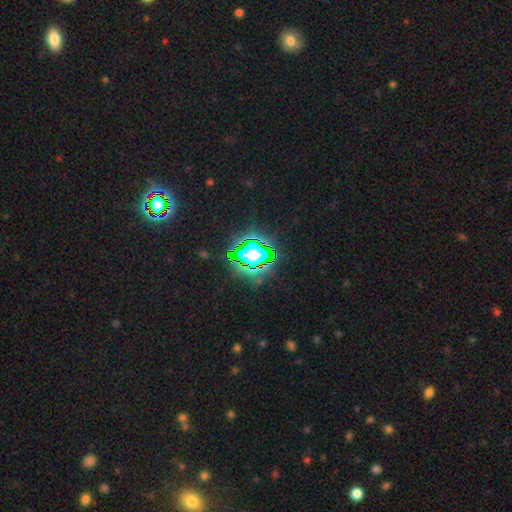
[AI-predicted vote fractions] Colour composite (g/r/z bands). It shows a star or artifact, not a galaxy (81%).